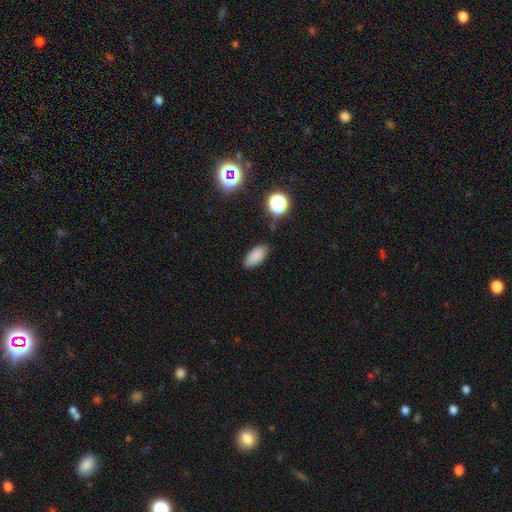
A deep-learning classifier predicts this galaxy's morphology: This is clearly a smooth galaxy (84%). How rounded: clearly in between (89%). Merging: likely none (79%).